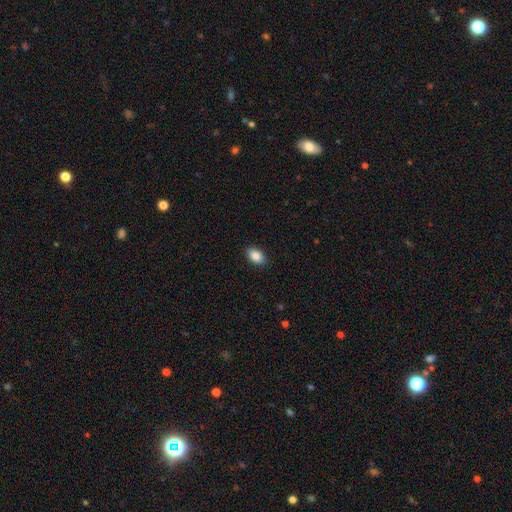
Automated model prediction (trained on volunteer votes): smooth-or-featured: smooth: 87% | star or artifact: 7% | featured or disk: 6%
  how-rounded: in between: 90% | round: 8% | cigar-shaped: 2%
  merging: none: 89% | minor disturbance: 8% | major disturbance: 2% | merger: 1%